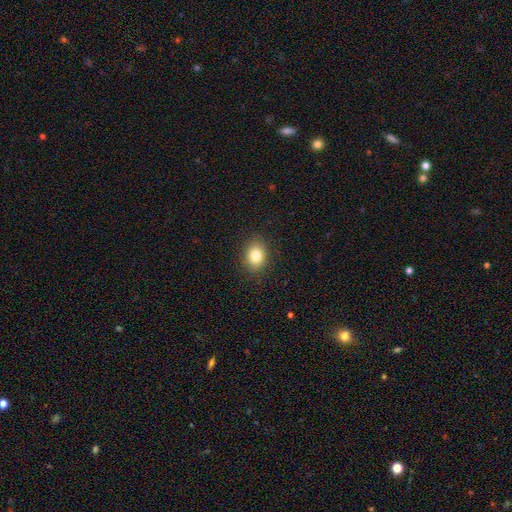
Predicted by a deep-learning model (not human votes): Smooth or featured: smooth — 82% (star or artifact — 10%)
How rounded: in between — 60% (round — 39%)
Merging: none — 88% (minor disturbance — 9%)